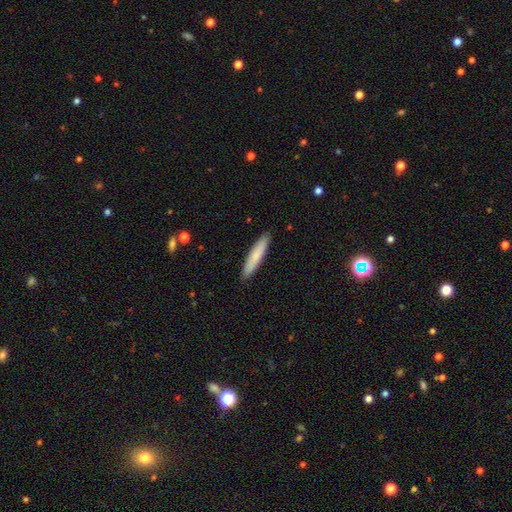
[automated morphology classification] This is likely a smooth galaxy (78%). How rounded: clearly cigar-shaped (88%). Merging: clearly none (91%).